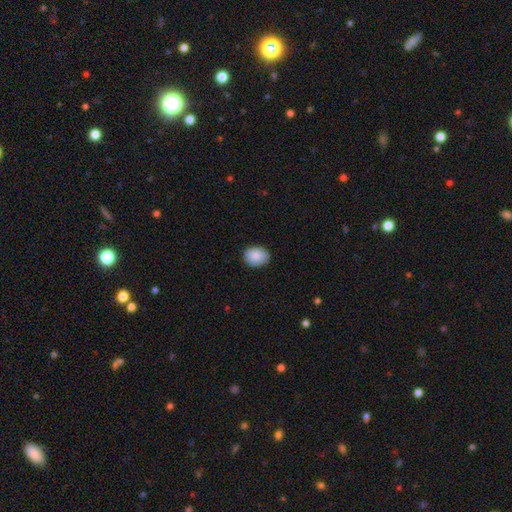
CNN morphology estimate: A smooth galaxy with no disk features (87%) that is in between round and cigar-shaped (56%). Merging: none (88%).